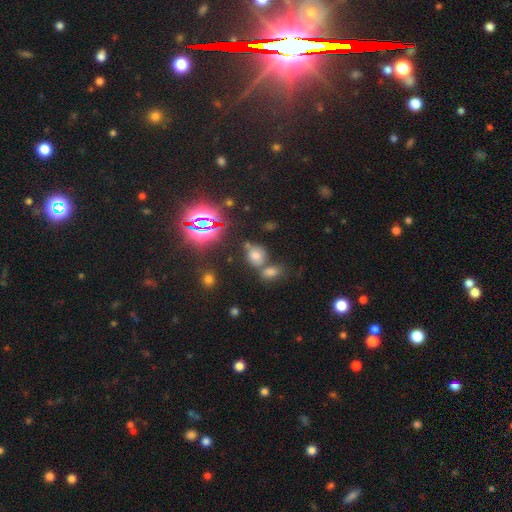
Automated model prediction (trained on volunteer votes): Q: Smooth or featured?
A: smooth (59%); runner-up: star or artifact (29%)
Q: How rounded?
A: round (54%); runner-up: in between (44%)
Q: Merging?
A: none (53%); runner-up: merger (31%)